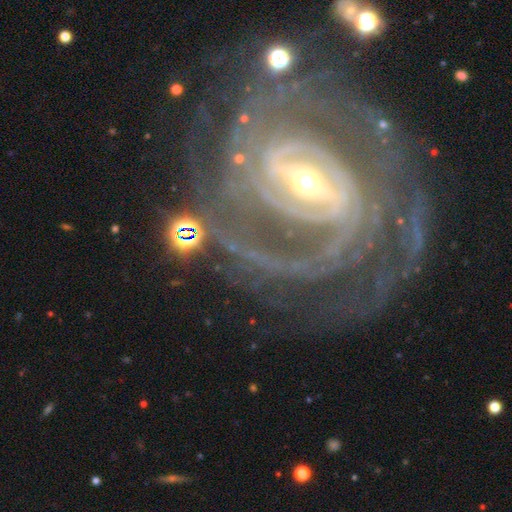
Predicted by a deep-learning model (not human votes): featured or disk 91%, star or artifact 6%, smooth 3%. Down the decision tree: edge-on disk — no (97%); bar — strong (62%); spiral arms — yes (97%); spiral arm count — can't tell (22%, tied with 2); spiral winding — tight (69%); bulge size — small (59%); merging — none (69%).